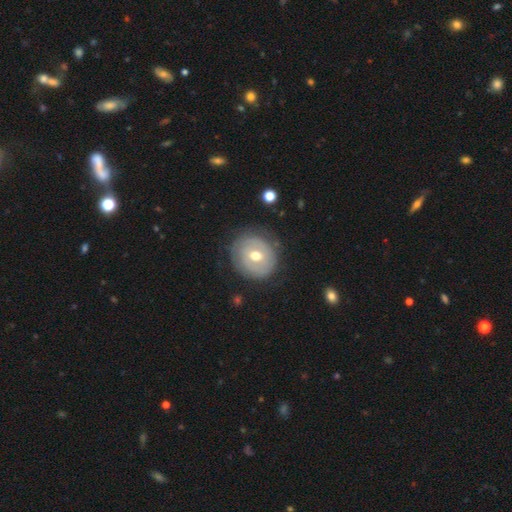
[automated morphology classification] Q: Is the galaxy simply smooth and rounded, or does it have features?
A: featured or disk — 53%.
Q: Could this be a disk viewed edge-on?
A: no — 96%.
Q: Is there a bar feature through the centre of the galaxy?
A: no — 62%.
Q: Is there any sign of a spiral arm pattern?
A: no — 55%.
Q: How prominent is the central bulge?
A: moderate — 77%.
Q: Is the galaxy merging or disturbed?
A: none — 77%.